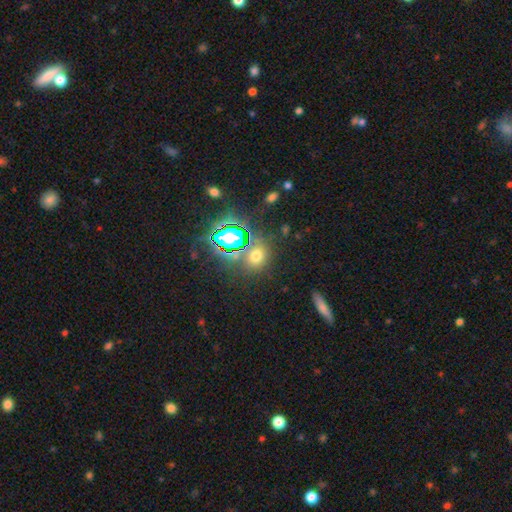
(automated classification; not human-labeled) Smooth or featured: smooth — 52% (star or artifact — 39%)
How rounded: round — 63% (in between — 36%)
Merging: none — 74% (minor disturbance — 11%)